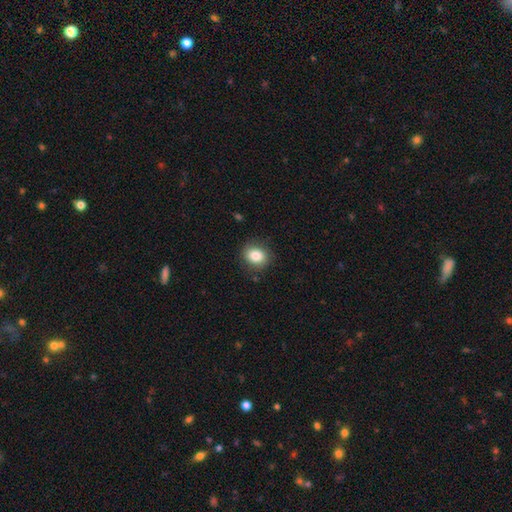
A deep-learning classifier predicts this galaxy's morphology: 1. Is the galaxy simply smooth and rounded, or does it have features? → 84% smooth, 9% star or artifact, 7% featured or disk.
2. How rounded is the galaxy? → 58% round, 42% in between, 1% cigar-shaped.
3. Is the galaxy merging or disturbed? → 85% none, 11% minor disturbance, 3% major disturbance, 1% merger.